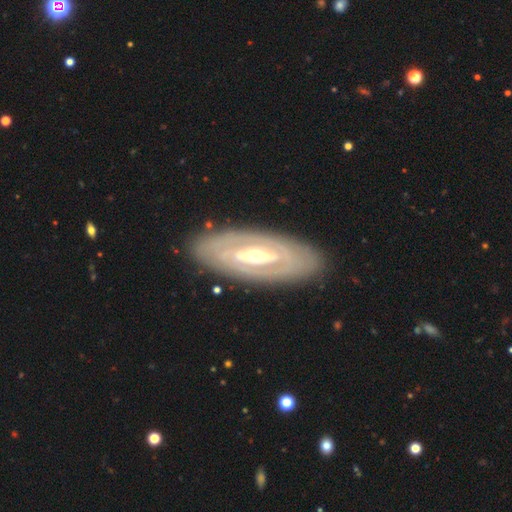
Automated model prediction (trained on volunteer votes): Smooth or featured: featured or disk — 79% (smooth — 17%)
Edge-on disk: no — 87% (yes — 13%)
Bar: no — 42% (strong — 30%)
Spiral arms: no — 55% (yes — 45%)
Bulge size: moderate — 67% (small — 23%)
Merging: none — 84% (minor disturbance — 11%)